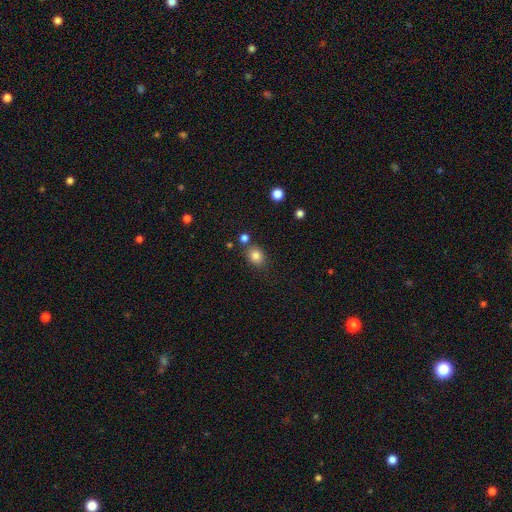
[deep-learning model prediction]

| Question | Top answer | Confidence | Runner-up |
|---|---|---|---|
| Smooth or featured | smooth | 82% | star or artifact (11%) |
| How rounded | round | 58% | in between (41%) |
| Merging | none | 74% | minor disturbance (12%) |